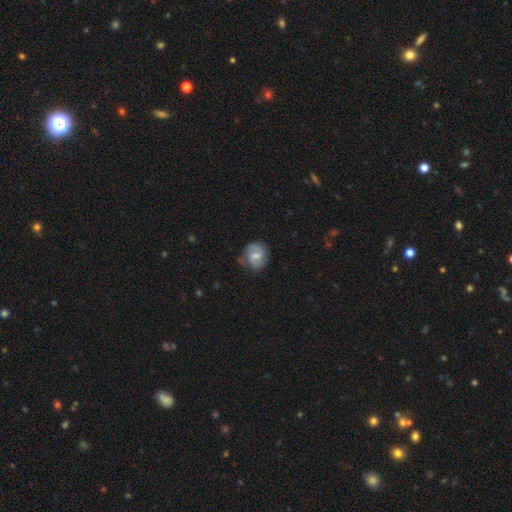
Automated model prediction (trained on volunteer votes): Morphology: type=featured or disk (48%); merging=none (72%).